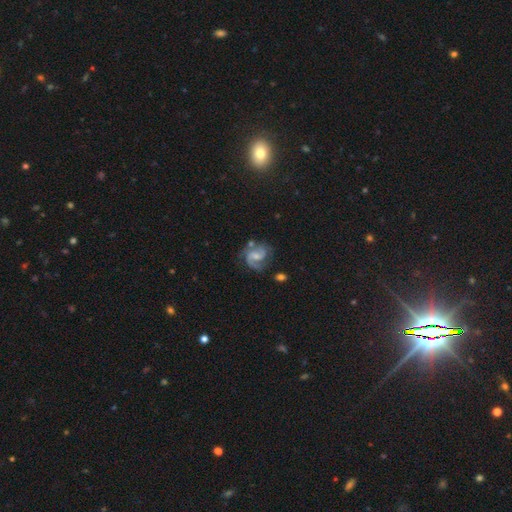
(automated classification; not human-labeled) A featured or disk galaxy (84%) with a weak bar (50%), 2 (84%) medium (55%) spiral arms (96%) and a small central bulge (49%).

Vote fractions:
- Smooth or featured? featured or disk: 84% / smooth: 10% / star or artifact: 6%
- Edge-on disk? no: 98% / yes: 2%
- Bar? weak: 50% / no: 36% / strong: 14%
- Spiral arms? yes: 96% / no: 4%
- Spiral winding? medium: 55% / tight: 25% / loose: 20%
- Spiral arm count? 2: 84% / 1: 6% / can't tell: 4% / 3: 3% / 4: 1% / more than 4: 1%
- Bulge size? small: 49% / moderate: 34% / none: 13% / large: 3% / dominant: 1%
- Merging? none: 62% / minor disturbance: 20% / major disturbance: 11% / merger: 7%